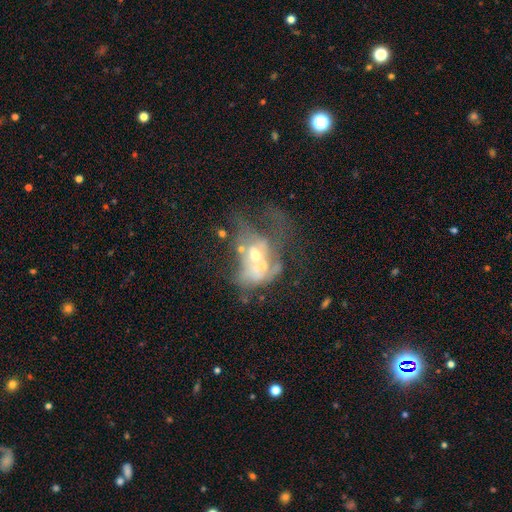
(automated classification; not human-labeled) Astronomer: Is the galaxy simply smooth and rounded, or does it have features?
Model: featured or disk — 61%.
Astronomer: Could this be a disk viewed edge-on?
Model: no — 96%.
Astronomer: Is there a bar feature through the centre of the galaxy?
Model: no — 82%.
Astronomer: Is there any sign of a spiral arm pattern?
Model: no — 76%.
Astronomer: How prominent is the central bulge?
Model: moderate — 56%.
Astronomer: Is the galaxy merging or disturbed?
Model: merger — 51% (runner-up: major disturbance, 29%).